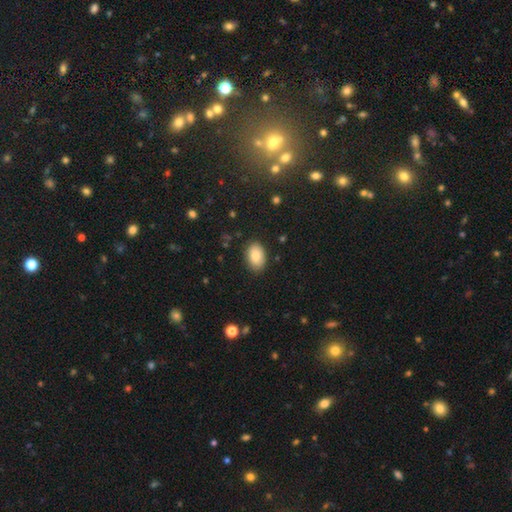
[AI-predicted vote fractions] This is clearly a smooth galaxy (83%). How rounded: clearly in between (87%). Merging: clearly none (86%).